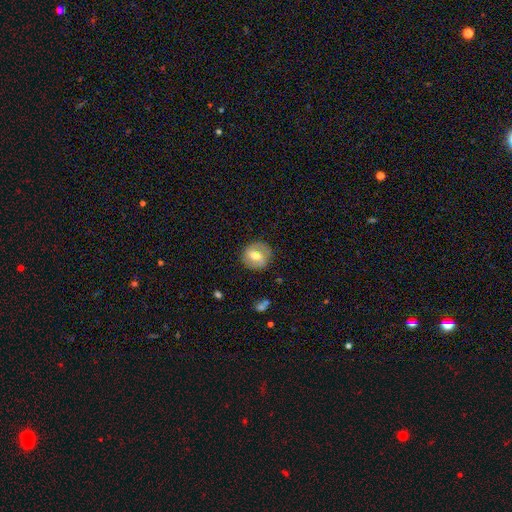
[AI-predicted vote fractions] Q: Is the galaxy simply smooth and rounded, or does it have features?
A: smooth — 51%.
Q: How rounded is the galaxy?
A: round — 83%.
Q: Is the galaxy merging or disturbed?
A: none — 82%.